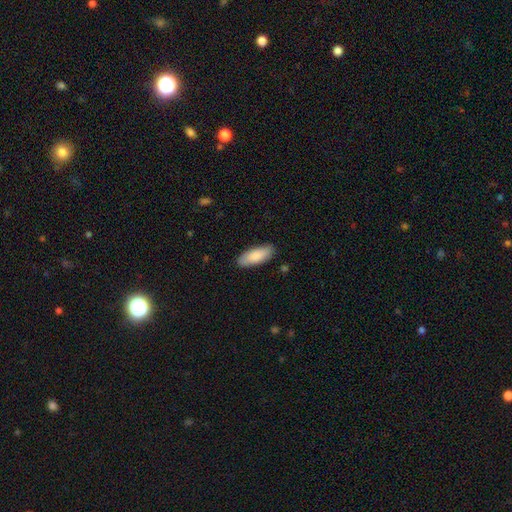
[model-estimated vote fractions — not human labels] Morphology: type=smooth (87%); roundness=in between (75%); merging=none (87%).